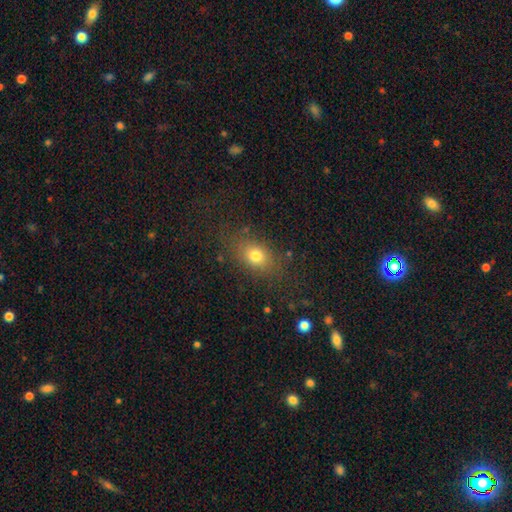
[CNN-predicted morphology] The model was most divided on "how rounded": in between: 62%, round: 35%, cigar-shaped: 3%. More confident: merging — none (79%); smooth or featured — smooth (75%).